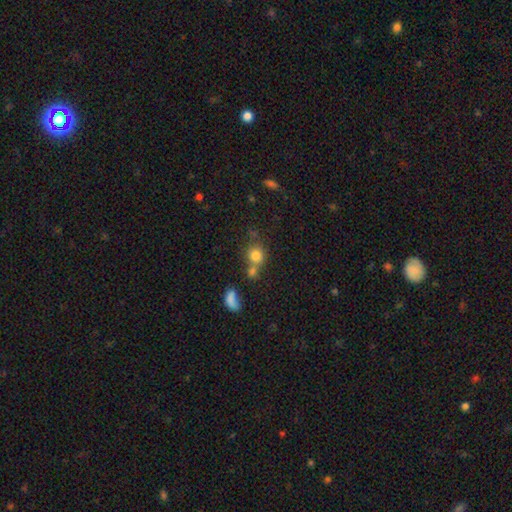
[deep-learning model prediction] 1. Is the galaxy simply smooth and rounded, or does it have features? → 78% smooth, 12% star or artifact, 10% featured or disk.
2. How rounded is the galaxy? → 81% round, 17% in between, 1% cigar-shaped.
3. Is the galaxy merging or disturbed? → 49% none, 36% merger, 11% minor disturbance, 5% major disturbance.